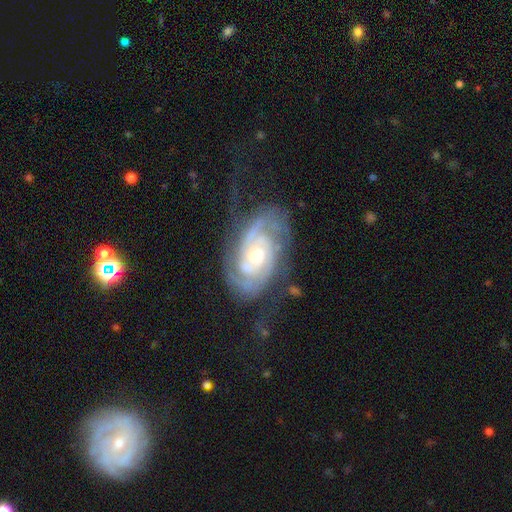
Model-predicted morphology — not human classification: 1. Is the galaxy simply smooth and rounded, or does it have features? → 89% featured or disk, 6% smooth, 5% star or artifact.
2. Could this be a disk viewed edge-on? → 96% no, 4% yes.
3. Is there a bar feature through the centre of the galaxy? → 62% no, 30% weak, 8% strong.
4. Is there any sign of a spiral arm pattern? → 97% yes, 3% no.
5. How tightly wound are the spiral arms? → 60% tight, 33% medium, 7% loose.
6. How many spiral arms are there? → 49% 2, 19% 3, 17% can't tell, 6% 4, 4% 1, 4% more than 4.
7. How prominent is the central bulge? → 63% moderate, 19% small, 14% large, 2% none, 1% dominant.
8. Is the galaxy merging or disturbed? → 62% none, 21% minor disturbance, 15% major disturbance, 2% merger.